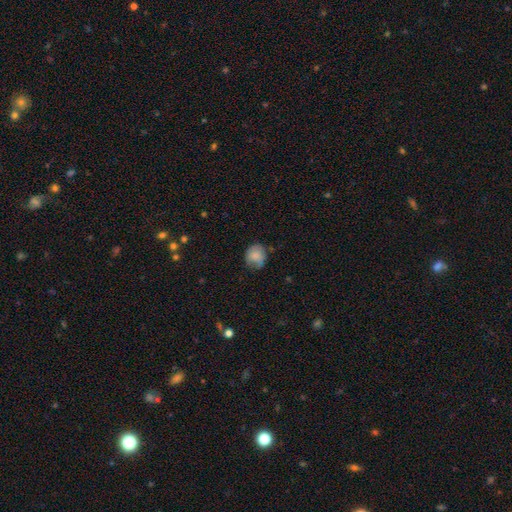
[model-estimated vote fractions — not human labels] smooth 77%, featured or disk 14%, star or artifact 9%. Down the decision tree: how rounded — round (68%); merging — none (60%).